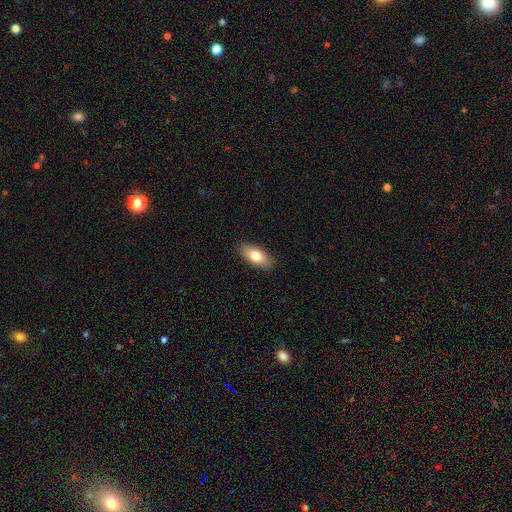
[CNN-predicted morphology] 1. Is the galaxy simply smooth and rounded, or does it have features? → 78% smooth, 16% featured or disk, 6% star or artifact.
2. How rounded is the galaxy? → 85% in between, 12% cigar-shaped, 3% round.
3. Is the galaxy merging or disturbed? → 89% none, 8% minor disturbance, 2% major disturbance, 1% merger.